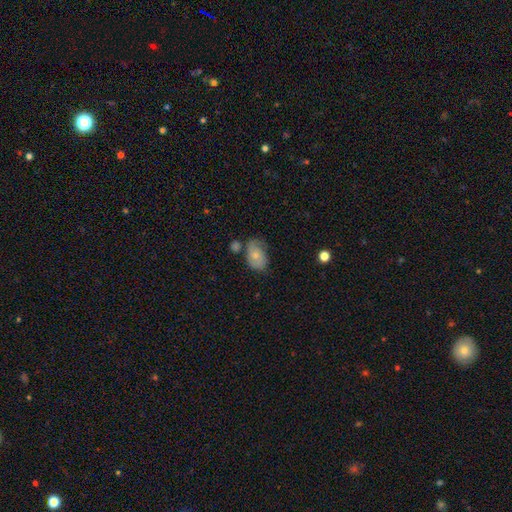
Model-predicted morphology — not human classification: Smooth or featured? smooth (66%)
How rounded? in between (85%)
Merging? none (48%)